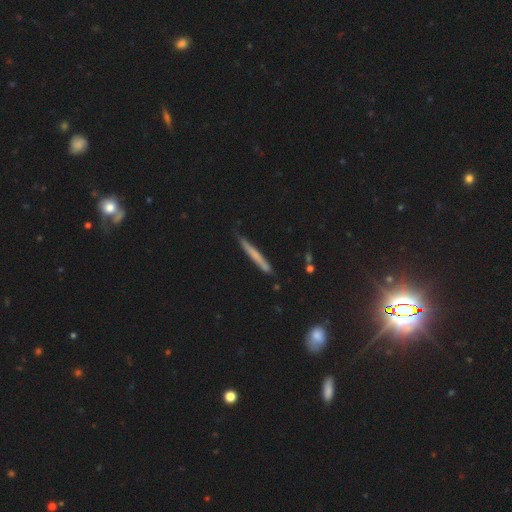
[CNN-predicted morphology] smooth_or_featured: smooth (p=0.58) [alt: featured or disk p=0.36]
how_rounded: cigar-shaped (p=0.96) [alt: in between p=0.02]
merging: none (p=0.83) [alt: minor disturbance p=0.13]